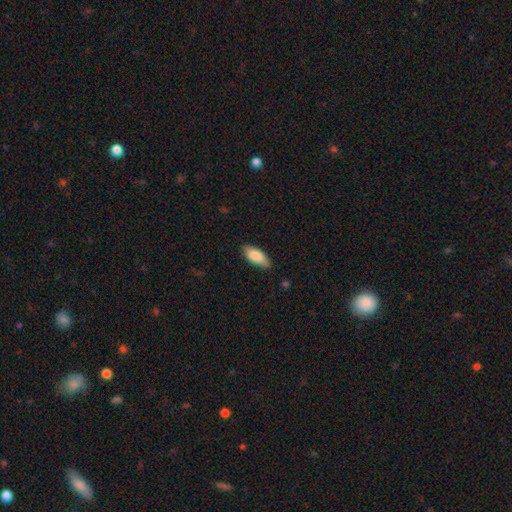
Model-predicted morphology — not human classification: Q: Smooth or featured?
A: smooth (85%); runner-up: featured or disk (10%)
Q: How rounded?
A: in between (82%); runner-up: cigar-shaped (16%)
Q: Merging?
A: none (81%); runner-up: minor disturbance (15%)